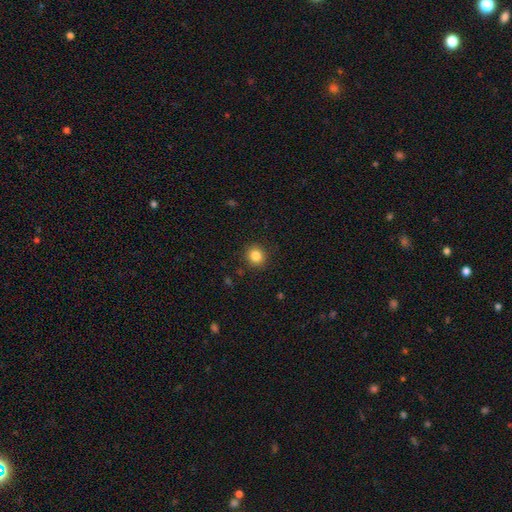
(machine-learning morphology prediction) The model was most divided on "smooth or featured": smooth: 84%, star or artifact: 11%, featured or disk: 5%. More confident: merging — none (90%); how rounded — round (87%).